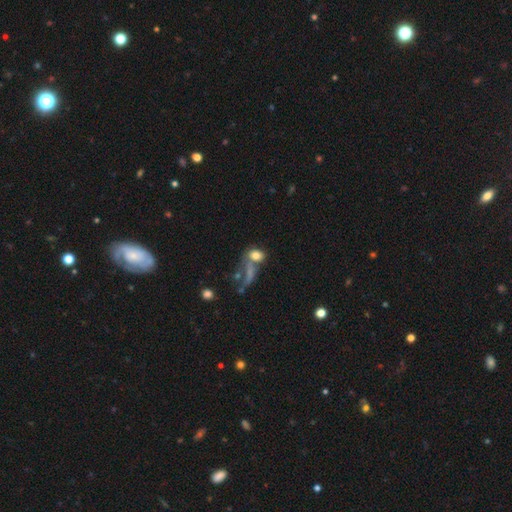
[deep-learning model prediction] smooth 74%, featured or disk 14%, star or artifact 12%. Down the decision tree: how rounded — in between (65%); merging — none (39%).